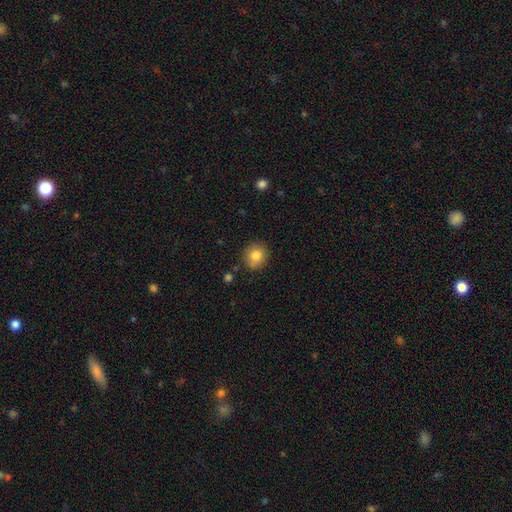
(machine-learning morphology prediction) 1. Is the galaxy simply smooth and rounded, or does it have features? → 81% smooth, 10% star or artifact, 9% featured or disk.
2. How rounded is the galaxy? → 83% round, 16% in between, 1% cigar-shaped.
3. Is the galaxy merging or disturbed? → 84% none, 11% minor disturbance, 3% merger, 2% major disturbance.